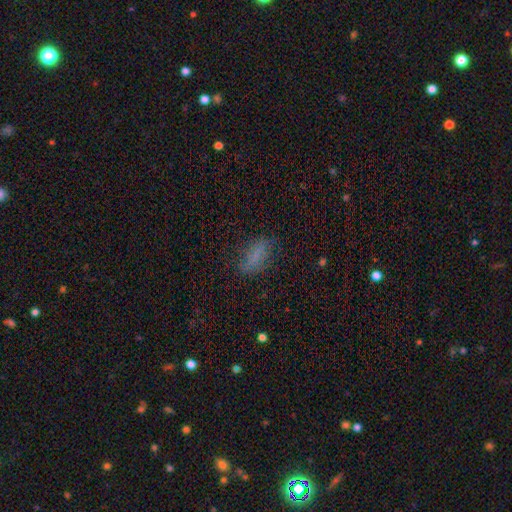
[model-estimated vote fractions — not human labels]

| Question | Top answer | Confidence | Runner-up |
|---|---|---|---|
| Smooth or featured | smooth | 71% | featured or disk (16%) |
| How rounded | in between | 79% | cigar-shaped (16%) |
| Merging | none | 70% | minor disturbance (19%) |